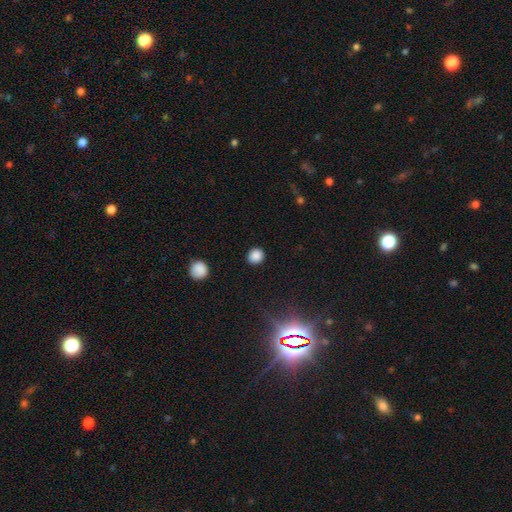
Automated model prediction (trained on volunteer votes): Morphology: type=smooth (85%); roundness=round (86%); merging=none (91%).